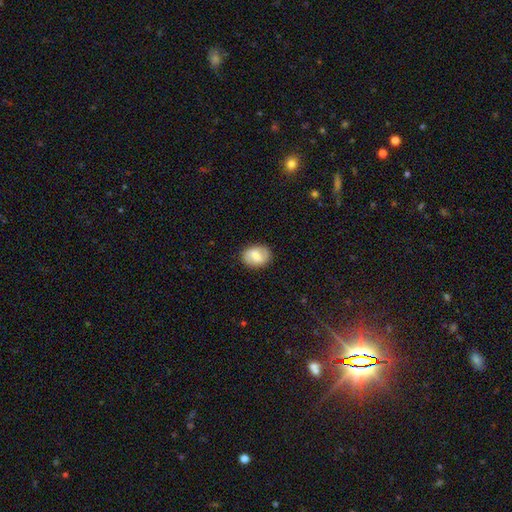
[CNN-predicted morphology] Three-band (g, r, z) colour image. It shows a smooth galaxy with no disk features (54%) that is in between round and cigar-shaped (62%). Merging: none (85%).